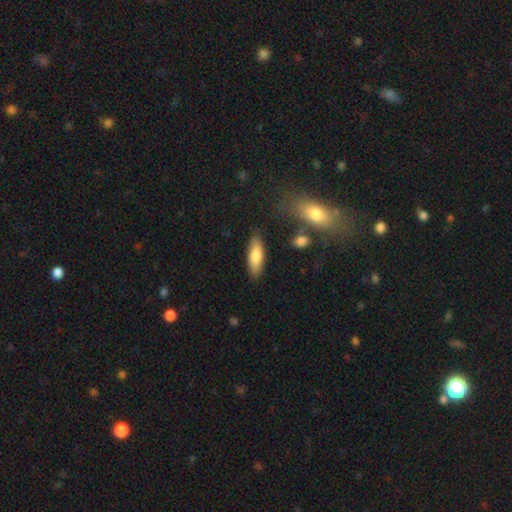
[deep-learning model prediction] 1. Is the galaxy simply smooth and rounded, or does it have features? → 79% smooth, 15% featured or disk, 6% star or artifact.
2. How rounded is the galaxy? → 57% in between, 41% cigar-shaped, 2% round.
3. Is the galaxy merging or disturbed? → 84% none, 11% minor disturbance, 3% major disturbance, 3% merger.